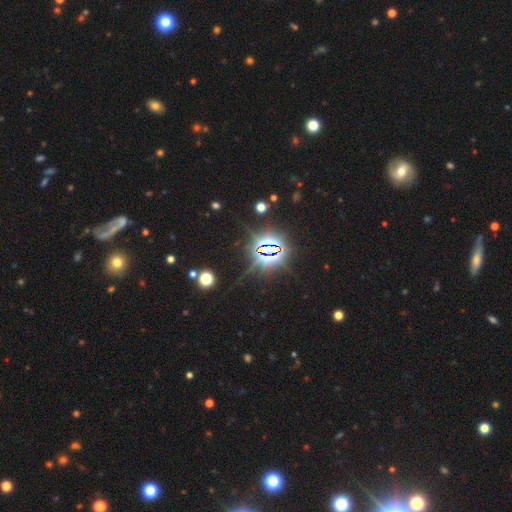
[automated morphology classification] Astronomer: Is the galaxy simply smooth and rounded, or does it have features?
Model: star or artifact — 84%.